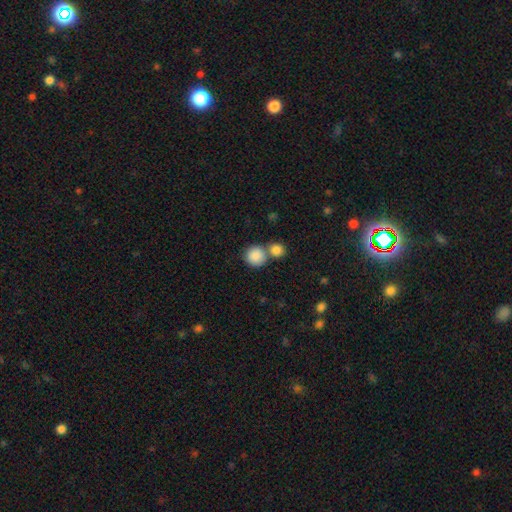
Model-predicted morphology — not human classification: smooth 87%, star or artifact 8%, featured or disk 5%. Down the decision tree: how rounded — round (91%); merging — none (51%).